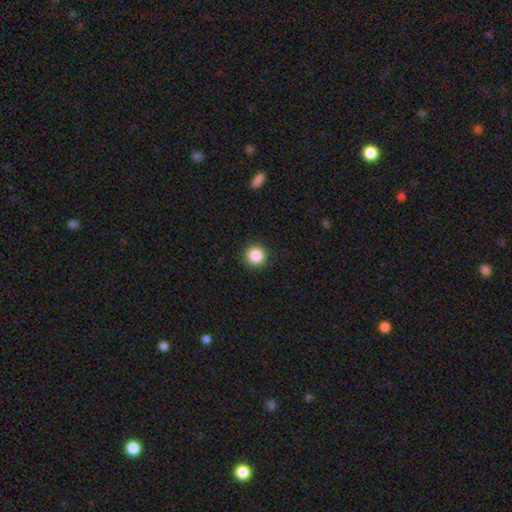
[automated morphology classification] type=smooth (87%); roundness=round (95%); merging=none (92%).